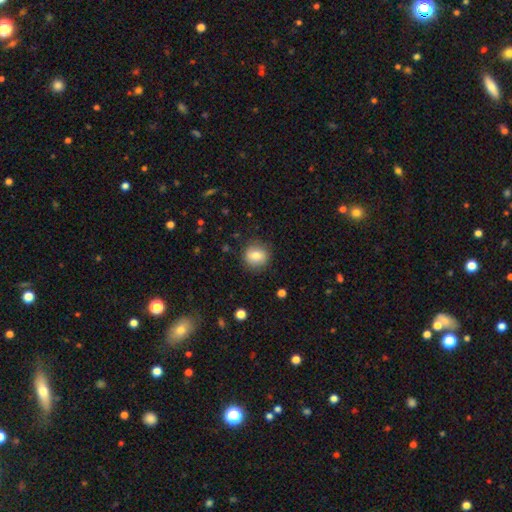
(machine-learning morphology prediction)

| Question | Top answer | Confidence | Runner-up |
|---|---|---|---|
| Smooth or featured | smooth | 80% | featured or disk (11%) |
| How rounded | round | 86% | in between (13%) |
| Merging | none | 86% | minor disturbance (10%) |